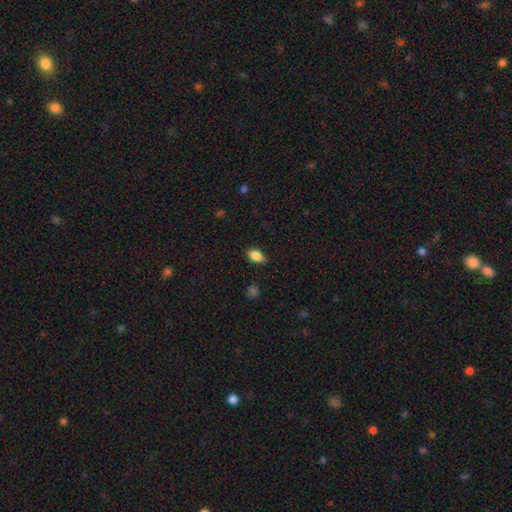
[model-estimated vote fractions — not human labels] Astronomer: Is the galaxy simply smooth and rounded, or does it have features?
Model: smooth — 83%.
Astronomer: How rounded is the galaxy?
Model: in between — 87%.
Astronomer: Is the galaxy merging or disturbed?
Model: none — 82%.